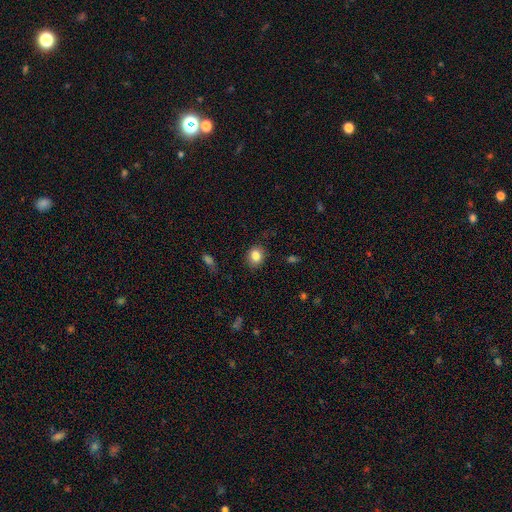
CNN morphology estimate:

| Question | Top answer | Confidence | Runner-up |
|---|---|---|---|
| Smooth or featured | smooth | 84% | star or artifact (10%) |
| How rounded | round | 63% | in between (36%) |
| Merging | none | 85% | minor disturbance (11%) |